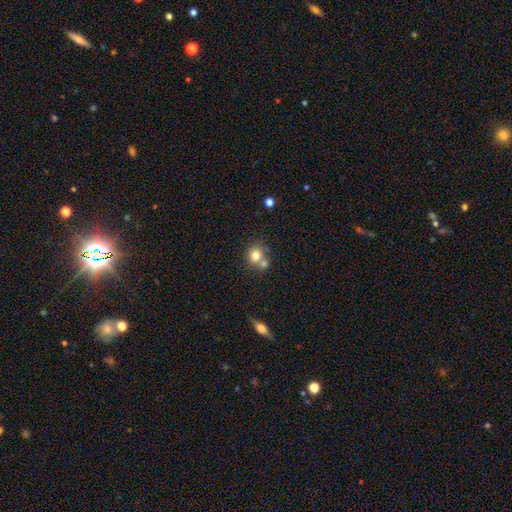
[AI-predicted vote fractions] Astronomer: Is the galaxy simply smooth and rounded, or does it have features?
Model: smooth — 78%.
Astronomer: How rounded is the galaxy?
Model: round — 81%.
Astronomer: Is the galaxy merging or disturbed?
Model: none — 47% (runner-up: merger, 41%).